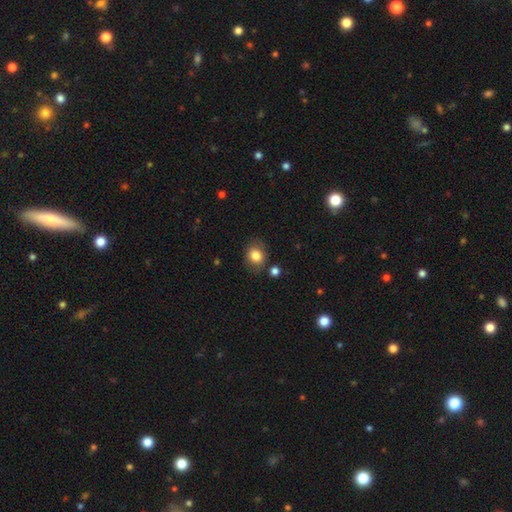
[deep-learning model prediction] smooth 82%, star or artifact 9%, featured or disk 9%. Down the decision tree: how rounded — round (54%); merging — none (77%).